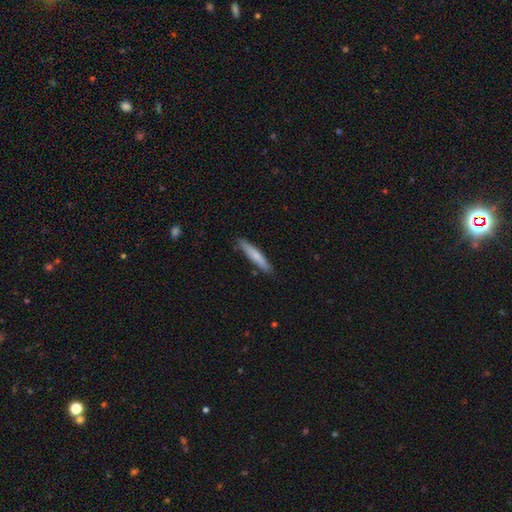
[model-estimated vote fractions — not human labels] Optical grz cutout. It shows a smooth galaxy with no disk features (70%) that is cigar-shaped (91%). Merging: none (86%).